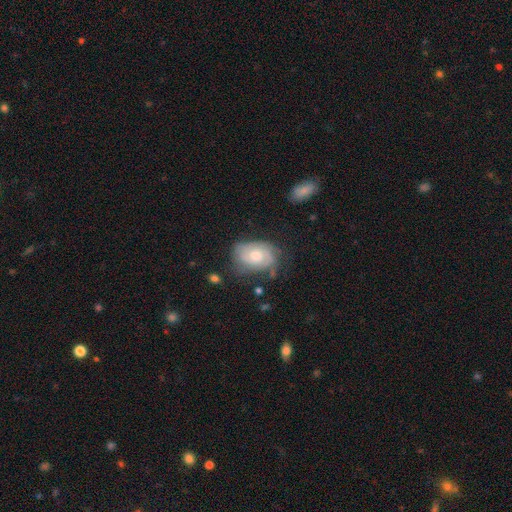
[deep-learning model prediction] Morphology: type=featured or disk (65%); edge-on=no (97%); bar=no (73%); spiral arms=yes (86%); winding=tight (55%); arm count=2 (42%); bulge=moderate (65%); merging=none (62%).